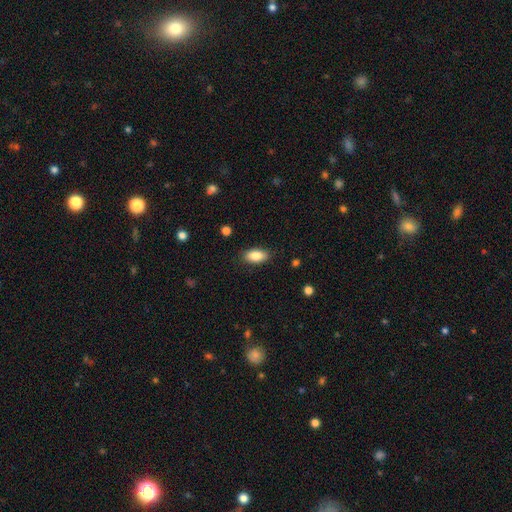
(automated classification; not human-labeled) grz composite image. It shows a smooth galaxy with no disk features (85%) that is in between round and cigar-shaped (90%). Merging: none (87%).